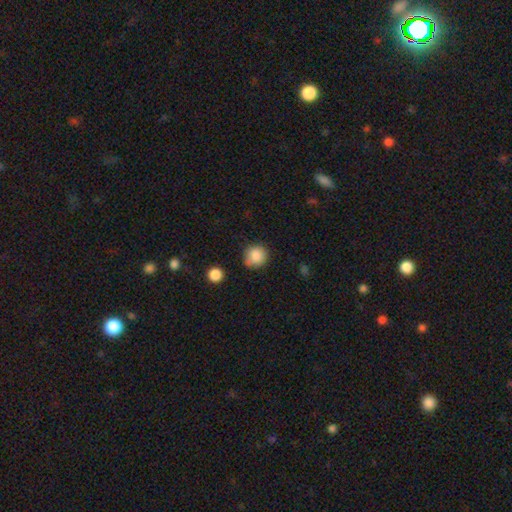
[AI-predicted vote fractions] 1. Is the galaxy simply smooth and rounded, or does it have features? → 86% smooth, 9% star or artifact, 5% featured or disk.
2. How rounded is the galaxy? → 91% round, 8% in between, 1% cigar-shaped.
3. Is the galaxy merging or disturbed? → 76% none, 15% minor disturbance, 5% merger, 3% major disturbance.